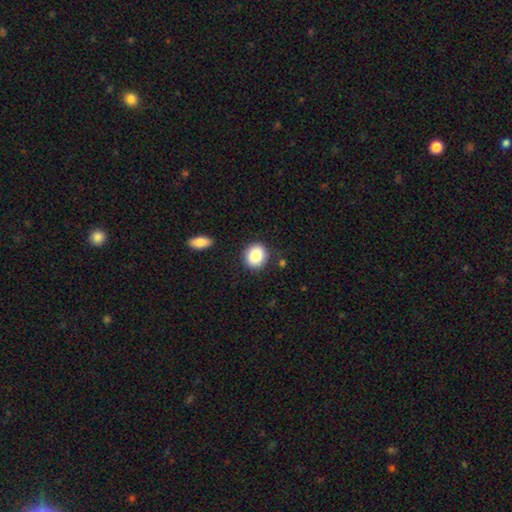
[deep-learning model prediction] Smooth or featured: smooth — 85% (star or artifact — 8%)
How rounded: round — 75% (in between — 24%)
Merging: none — 86% (minor disturbance — 8%)